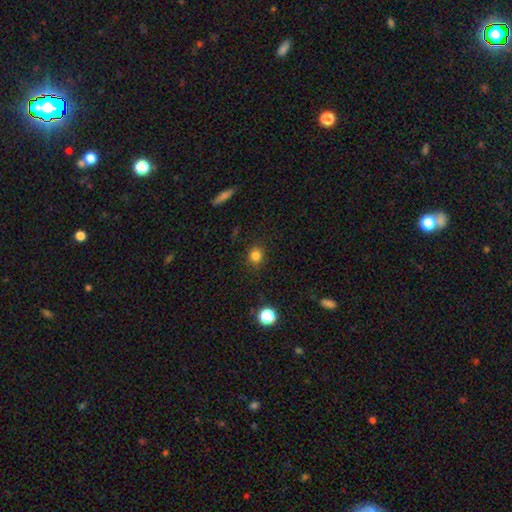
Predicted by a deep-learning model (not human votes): This appears to be a smooth galaxy with no disk features (82%) that is round (85%). Merging: none (89%).